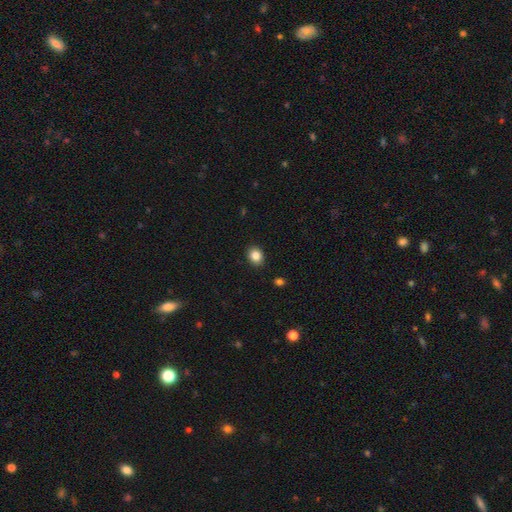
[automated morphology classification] The model was most divided on "how rounded": round: 55%, in between: 44%, cigar-shaped: 1%. More confident: merging — none (90%); smooth or featured — smooth (85%).